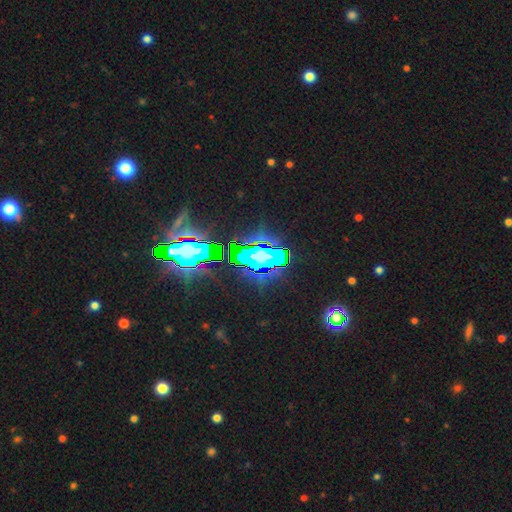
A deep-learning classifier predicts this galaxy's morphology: Smooth or featured? star or artifact (58%)